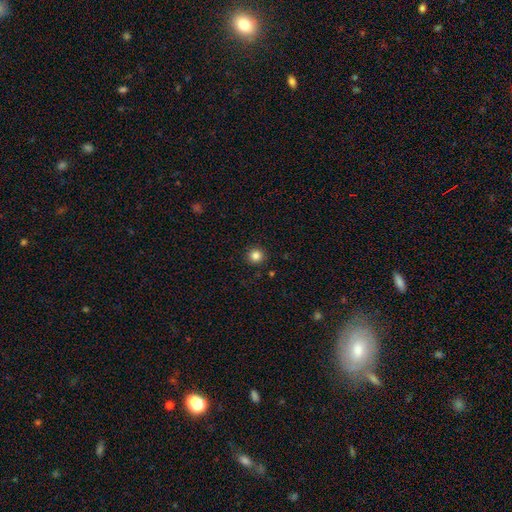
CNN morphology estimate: This appears to be a smooth galaxy with no disk features (84%) that is round (95%). Merging: none (92%).